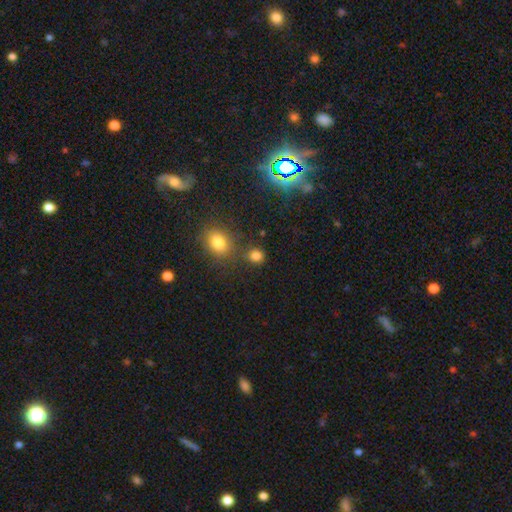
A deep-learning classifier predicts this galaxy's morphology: Q: Smooth or featured?
A: smooth (79%); runner-up: star or artifact (16%)
Q: How rounded?
A: round (81%); runner-up: in between (18%)
Q: Merging?
A: none (75%); runner-up: merger (11%)